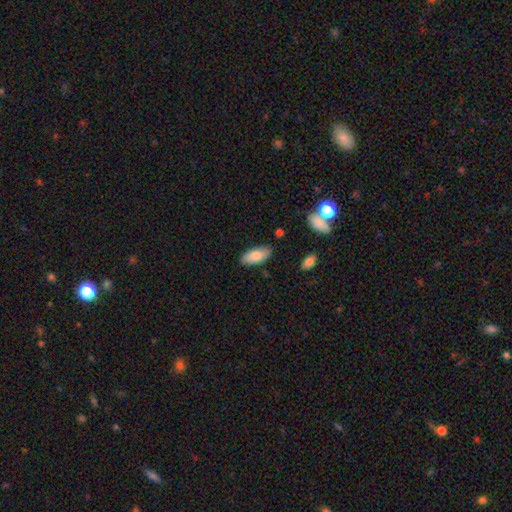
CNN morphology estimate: This appears to be a smooth galaxy with no disk features (82%) that is in between round and cigar-shaped (85%). Merging: none (83%).